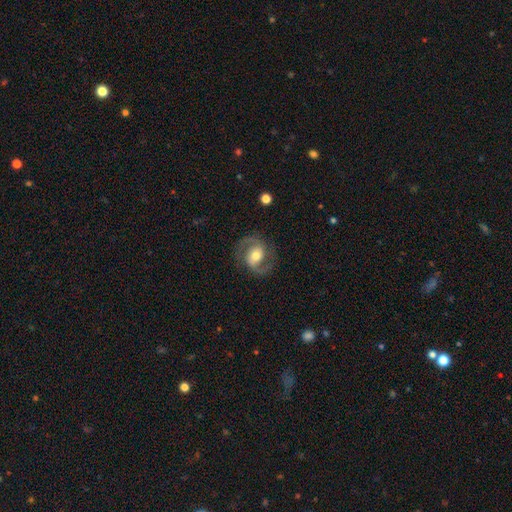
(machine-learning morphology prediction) A featured or disk galaxy (85%) with no bar (45%), 2 (93%) medium (60%) spiral arms (95%) and a moderate central bulge (69%).

Vote fractions:
- Smooth or featured? featured or disk: 85% / smooth: 10% / star or artifact: 5%
- Edge-on disk? no: 98% / yes: 2%
- Bar? no: 45% / weak: 38% / strong: 17%
- Spiral arms? yes: 95% / no: 5%
- Spiral winding? medium: 60% / loose: 21% / tight: 20%
- Spiral arm count? 2: 93% / can't tell: 2% / 1: 2% / 3: 1% / 4: 1% / more than 4: 1%
- Bulge size? moderate: 69% / small: 18% / large: 11% / dominant: 1% / none: 1%
- Merging? none: 81% / minor disturbance: 11% / major disturbance: 6% / merger: 1%